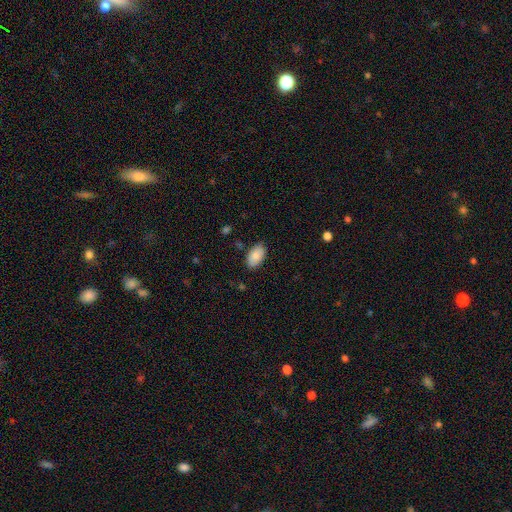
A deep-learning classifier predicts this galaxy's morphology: Q: Smooth or featured?
A: smooth (81%); runner-up: featured or disk (12%)
Q: How rounded?
A: in between (94%); runner-up: round (5%)
Q: Merging?
A: none (84%); runner-up: minor disturbance (13%)